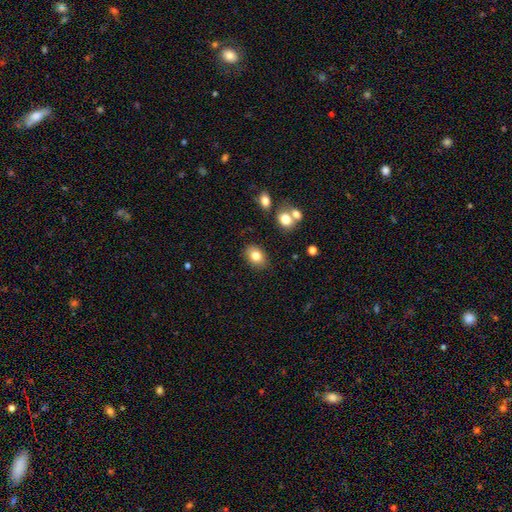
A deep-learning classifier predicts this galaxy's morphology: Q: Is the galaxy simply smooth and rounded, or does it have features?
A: smooth — 80%.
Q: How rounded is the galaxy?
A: in between — 72%.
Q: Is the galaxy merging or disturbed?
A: none — 84%.